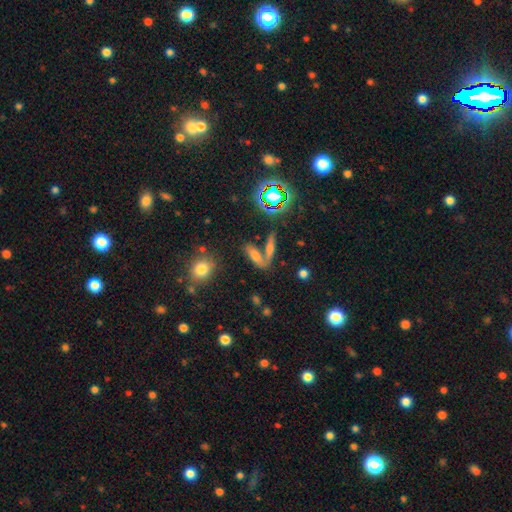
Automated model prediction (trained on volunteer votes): Morphology: type=smooth (59%); roundness=in between (47%); merging=none (43%).